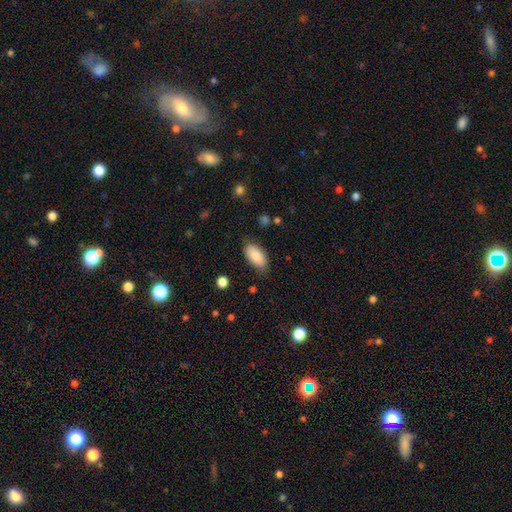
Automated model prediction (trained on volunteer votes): smooth-or-featured: smooth: 83% | featured or disk: 11% | star or artifact: 7%
  how-rounded: in between: 93% | cigar-shaped: 4% | round: 3%
  merging: none: 78% | minor disturbance: 17% | major disturbance: 4% | merger: 2%